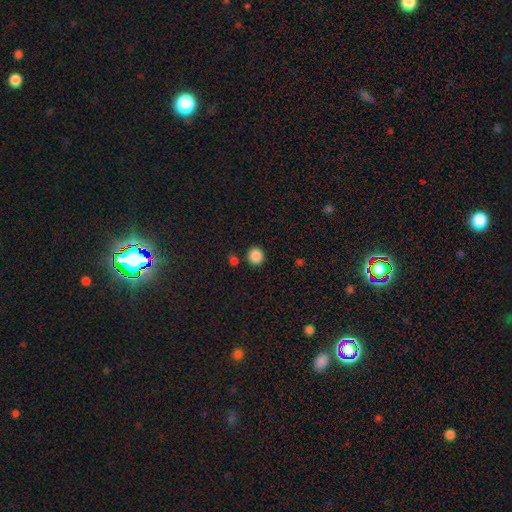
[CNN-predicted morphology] Smooth or featured? smooth (88%)
How rounded? round (89%)
Merging? none (86%)